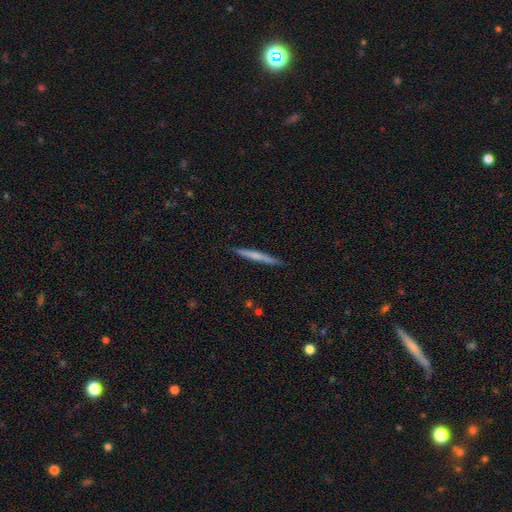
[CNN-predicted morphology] This appears to be a smooth galaxy with no disk features (54%) that is cigar-shaped (96%). Merging: none (91%).